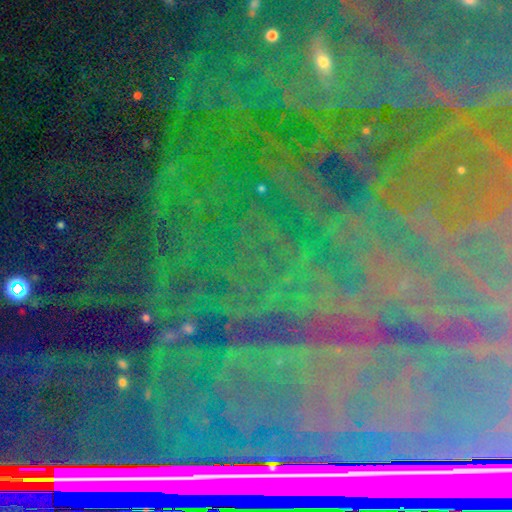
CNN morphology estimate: Smooth or featured: star or artifact — 85% (featured or disk — 9%)